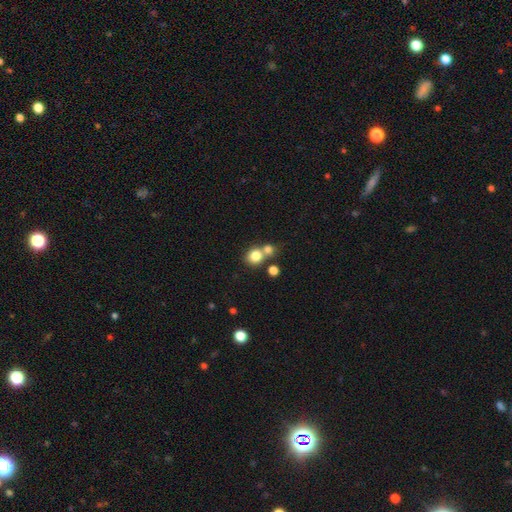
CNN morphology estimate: Smooth or featured? smooth (79%)
How rounded? round (79%)
Merging? none (47%)